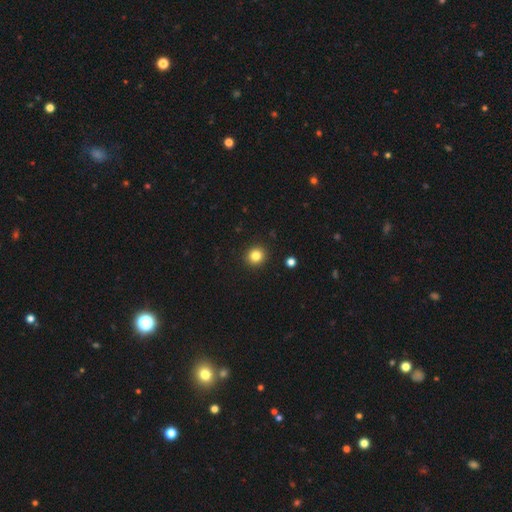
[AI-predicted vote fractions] Q: Smooth or featured?
A: smooth (83%); runner-up: star or artifact (12%)
Q: How rounded?
A: round (89%); runner-up: in between (10%)
Q: Merging?
A: none (92%); runner-up: minor disturbance (5%)